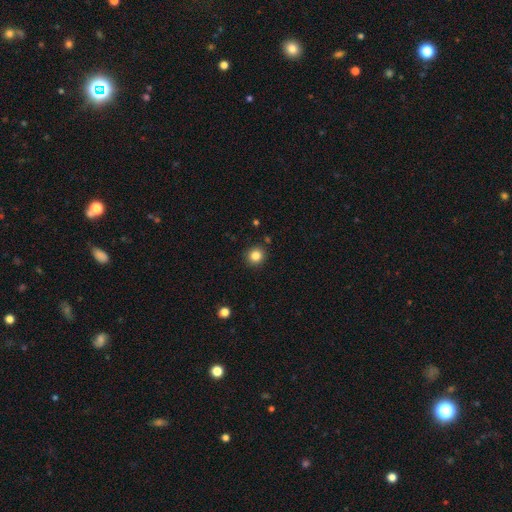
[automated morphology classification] Overall: smooth (84%). How rounded: round (90%). Merging: none (89%).